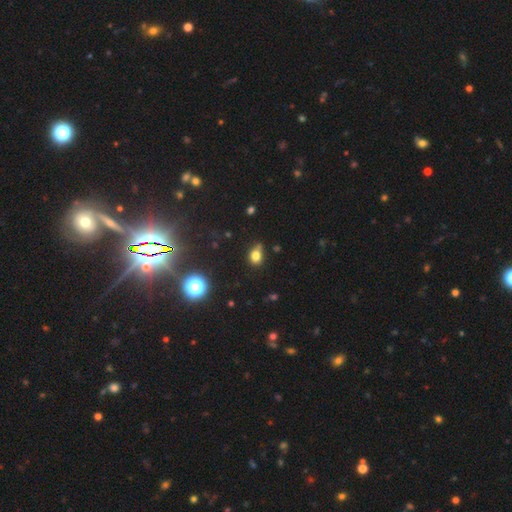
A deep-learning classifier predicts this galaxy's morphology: smooth 78%, star or artifact 15%, featured or disk 7%. Down the decision tree: how rounded — in between (50%); merging — none (63%).